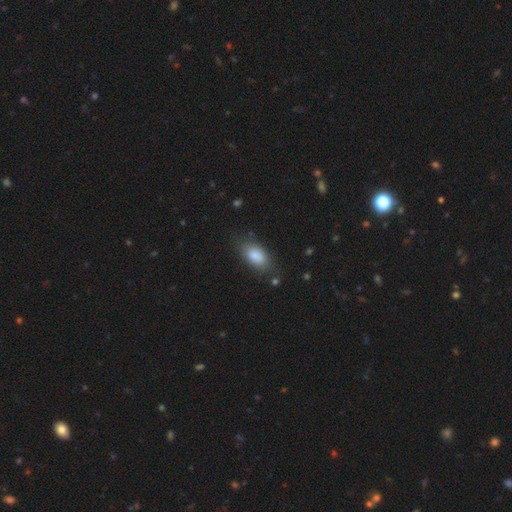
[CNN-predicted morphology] Overall: smooth (85%). How rounded: in between (90%). Merging: none (74%).